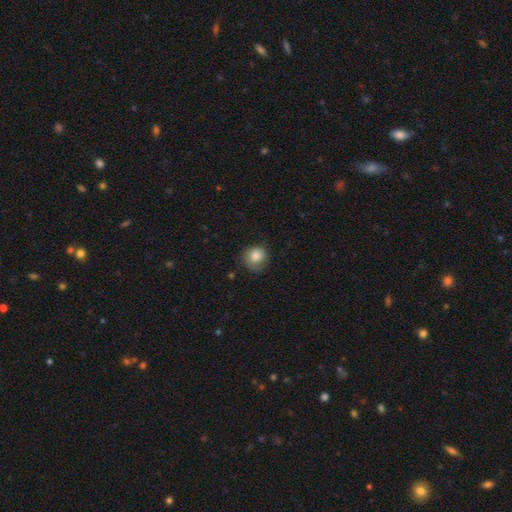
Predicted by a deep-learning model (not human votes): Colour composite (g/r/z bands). It shows a smooth galaxy with no disk features (79%) that is round (83%). Merging: none (63%).